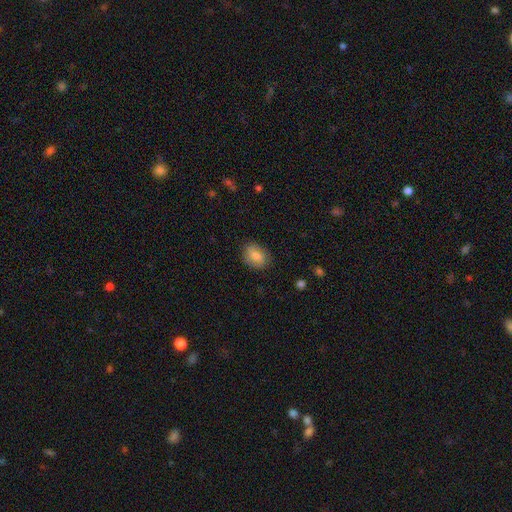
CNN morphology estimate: Overall: smooth (70%). How rounded: in between (69%; round 29%). Merging: none (81%).